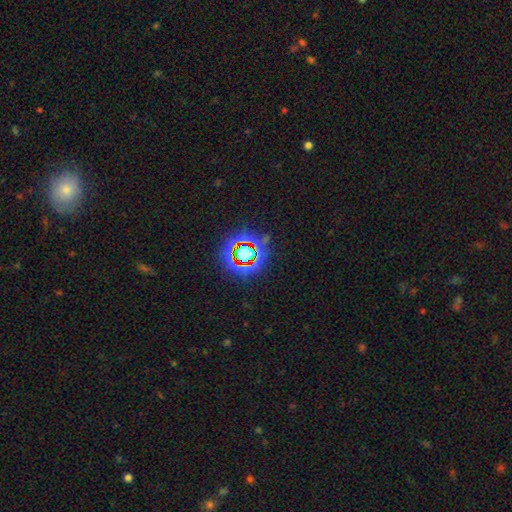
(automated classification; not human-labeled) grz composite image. It shows a star or artifact, not a galaxy (61%).